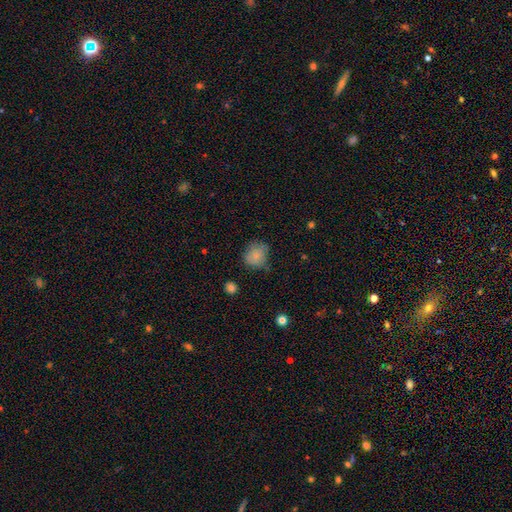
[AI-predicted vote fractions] smooth-or-featured: smooth: 82% | star or artifact: 10% | featured or disk: 9%
  how-rounded: round: 74% | in between: 25% | cigar-shaped: 1%
  merging: none: 66% | minor disturbance: 25% | major disturbance: 7% | merger: 2%